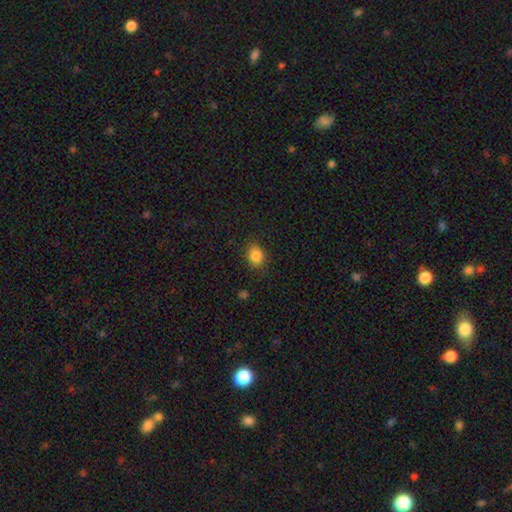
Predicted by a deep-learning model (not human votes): smooth-or-featured: smooth: 84% | star or artifact: 10% | featured or disk: 5%
  how-rounded: round: 56% | in between: 43% | cigar-shaped: 1%
  merging: none: 86% | minor disturbance: 10% | major disturbance: 3% | merger: 1%